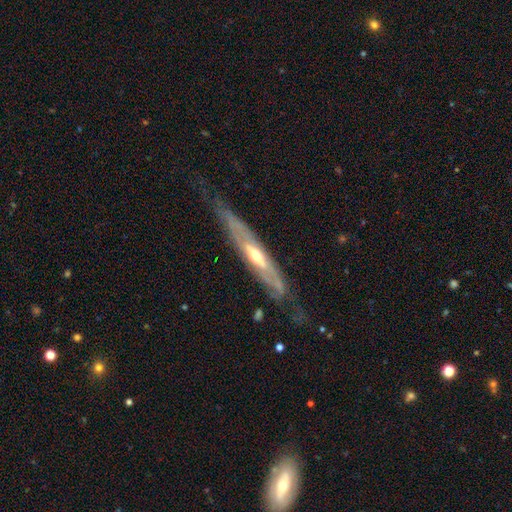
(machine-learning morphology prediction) Smooth or featured: featured or disk — 76% (smooth — 19%)
Edge-on disk: yes — 56% (no — 44%)
Merging: none — 62% (minor disturbance — 24%)